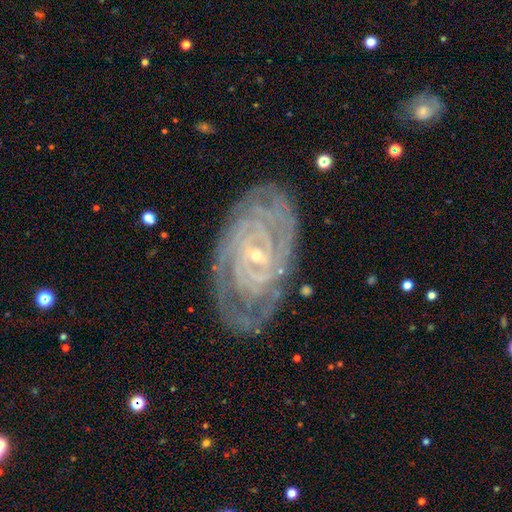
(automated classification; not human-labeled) The model was most divided on "spiral arm count": can't tell: 30%, 2: 22%, 4: 17%, 3: 15%, more than 4: 10%, 1: 7%. Remaining: spiral arms — yes (97%); edge-on disk — no (96%); smooth or featured — featured or disk (89%); bulge size — small (85%); spiral winding — tight (82%); merging — none (77%); bar — no (46%).